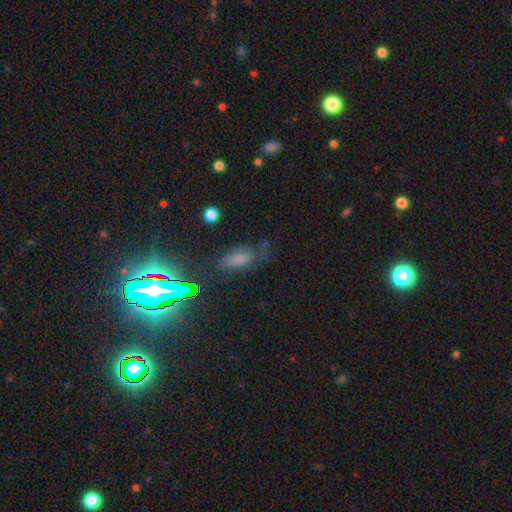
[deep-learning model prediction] The model was most divided on "smooth or featured": smooth: 44%, star or artifact: 36%, featured or disk: 19%. More confident: merging — none (58%).